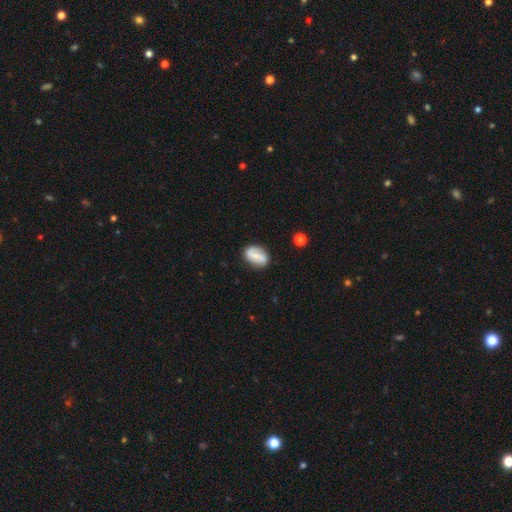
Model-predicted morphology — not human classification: Smooth or featured? smooth (53%)
How rounded? in between (85%)
Merging? none (80%)